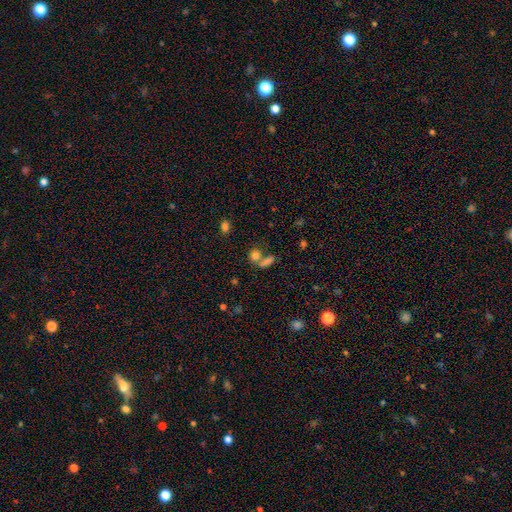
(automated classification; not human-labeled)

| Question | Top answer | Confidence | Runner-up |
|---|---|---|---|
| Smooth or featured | smooth | 76% | star or artifact (14%) |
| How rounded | in between | 48% | tied: round (48%) |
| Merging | merger | 44% | none (42%) |